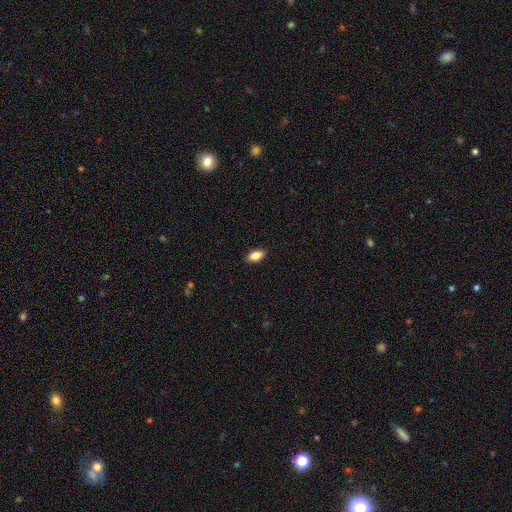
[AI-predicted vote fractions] Q: Smooth or featured?
A: smooth (85%); runner-up: star or artifact (8%)
Q: How rounded?
A: in between (90%); runner-up: round (6%)
Q: Merging?
A: none (88%); runner-up: minor disturbance (9%)